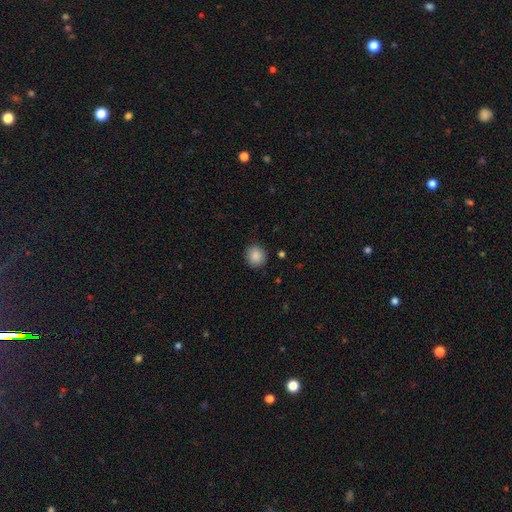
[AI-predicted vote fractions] Smooth or featured: smooth — 88% (star or artifact — 9%)
How rounded: round — 89% (in between — 10%)
Merging: none — 90% (minor disturbance — 7%)